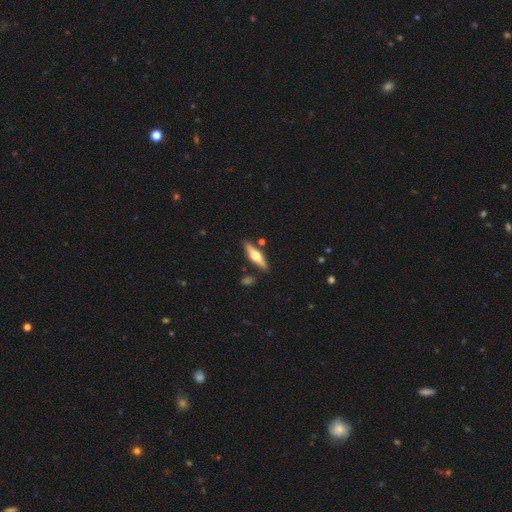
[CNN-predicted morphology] Q: Smooth or featured?
A: featured or disk (63%); runner-up: smooth (32%)
Q: Edge-on disk?
A: yes (95%); runner-up: no (5%)
Q: Edge-on bulge?
A: rounded (94%); runner-up: boxy (4%)
Q: Merging?
A: none (85%); runner-up: minor disturbance (9%)